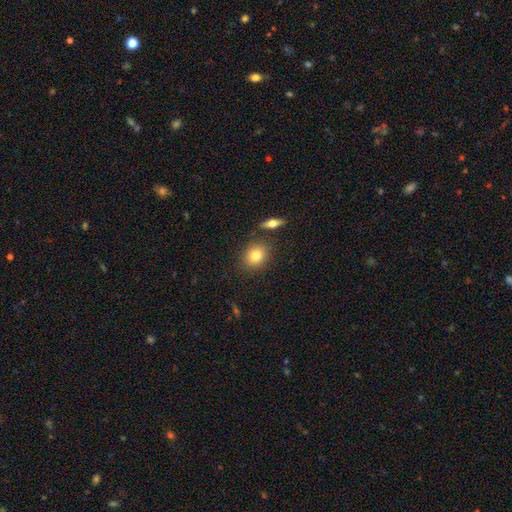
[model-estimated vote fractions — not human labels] Smooth or featured? Predicted: smooth (p=0.80). How rounded? Predicted: round (p=0.59). Merging? Predicted: none (p=0.81).